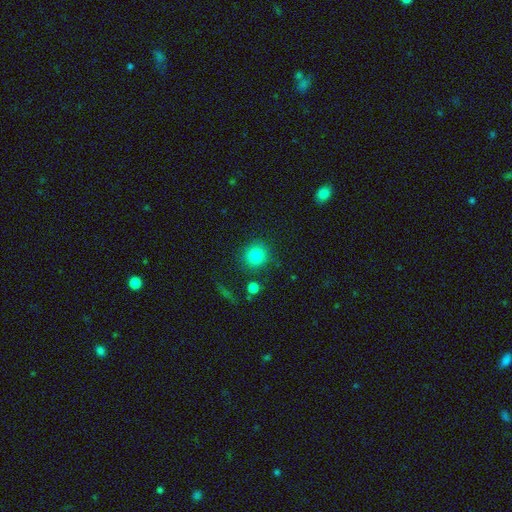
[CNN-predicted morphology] This is clearly a smooth galaxy (83%). How rounded: clearly round (91%). Merging: clearly none (86%).